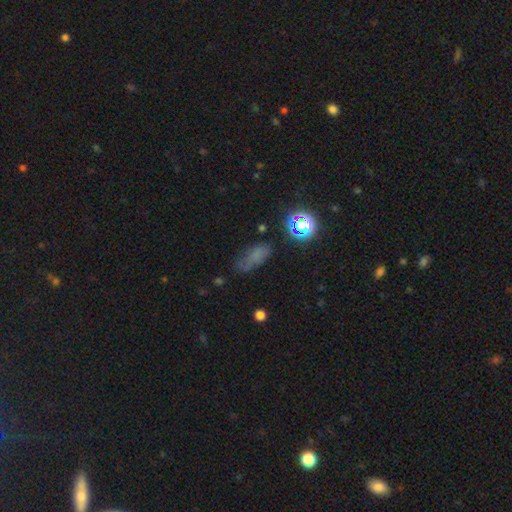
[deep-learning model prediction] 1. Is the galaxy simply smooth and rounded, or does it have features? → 58% smooth, 26% star or artifact, 15% featured or disk.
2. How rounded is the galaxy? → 73% in between, 16% cigar-shaped, 11% round.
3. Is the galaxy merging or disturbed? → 55% none, 27% minor disturbance, 14% major disturbance, 5% merger.